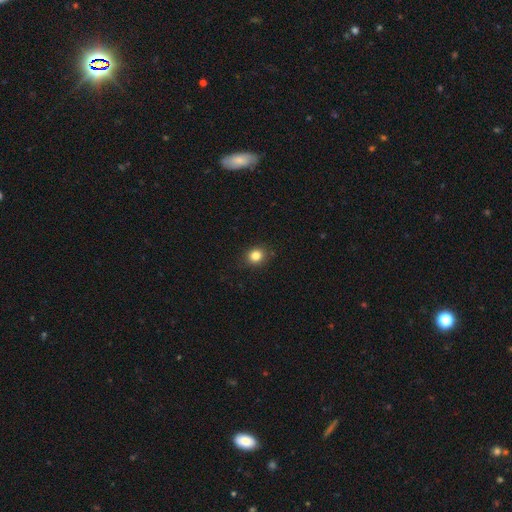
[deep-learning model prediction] A smooth galaxy with no disk features (83%) that is round (75%).

Vote fractions:
- Smooth or featured? smooth: 83% / star or artifact: 12% / featured or disk: 5%
- How rounded? round: 75% / in between: 24% / cigar-shaped: 1%
- Merging? none: 88% / minor disturbance: 8% / major disturbance: 2% / merger: 1%